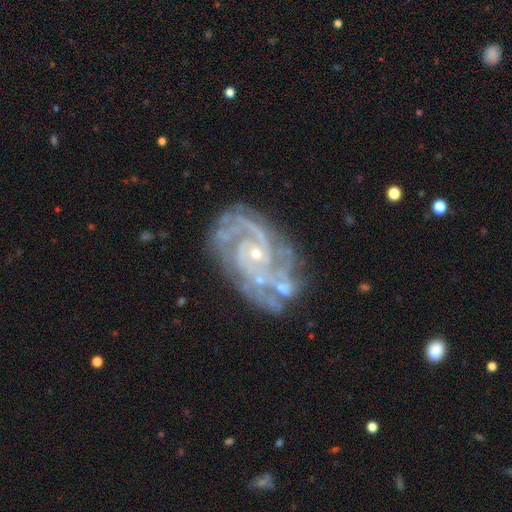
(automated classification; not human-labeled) A featured or disk galaxy (91%) with no bar (69%), 2 (41%) tight (64%) spiral arms (98%) and a small central bulge (76%).

Vote fractions:
- Smooth or featured? featured or disk: 91% / star or artifact: 6% / smooth: 3%
- Edge-on disk? no: 97% / yes: 3%
- Bar? no: 69% / weak: 23% / strong: 8%
- Spiral arms? yes: 98% / no: 2%
- Spiral winding? tight: 64% / medium: 31% / loose: 5%
- Spiral arm count? 2: 41% / 3: 23% / can't tell: 14% / 4: 10% / more than 4: 6% / 1: 5%
- Bulge size? small: 76% / moderate: 20% / none: 2% / large: 1% / dominant: 1%
- Merging? none: 64% / minor disturbance: 20% / major disturbance: 8% / merger: 8%